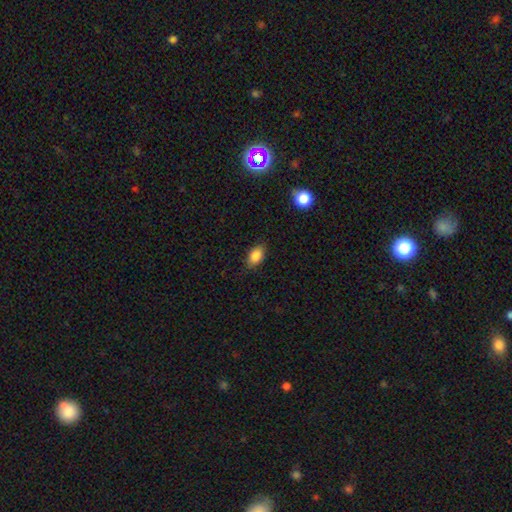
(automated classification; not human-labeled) smooth-or-featured: smooth: 86% | star or artifact: 8% | featured or disk: 6%
  how-rounded: in between: 88% | round: 10% | cigar-shaped: 2%
  merging: none: 82% | minor disturbance: 14% | major disturbance: 3% | merger: 1%